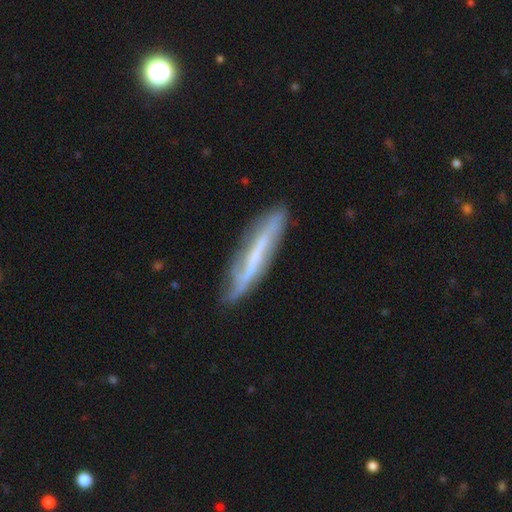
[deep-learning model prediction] smooth-or-featured: featured or disk: 64% | smooth: 29% | star or artifact: 7%
  disk-edge-on: yes: 60% | no: 40%
  merging: none: 71% | minor disturbance: 21% | major disturbance: 6% | merger: 3%